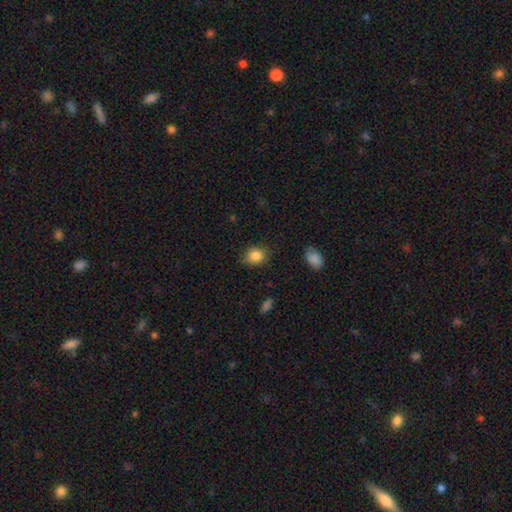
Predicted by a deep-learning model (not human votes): Smooth or featured?
  - smooth: 85% *
  - star or artifact: 9%
  - featured or disk: 6%
How rounded?
  - round: 66% *
  - in between: 33%
  - cigar-shaped: 1%
Merging?
  - none: 77% *
  - minor disturbance: 18%
  - major disturbance: 3%
  - merger: 1%